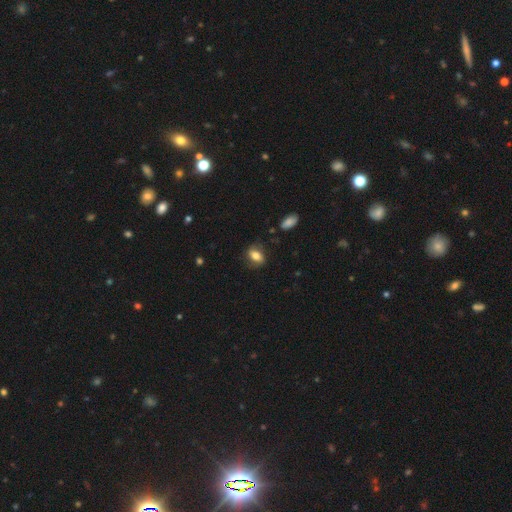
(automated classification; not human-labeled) Smooth or featured? smooth (68%)
How rounded? in between (76%)
Merging? none (70%)